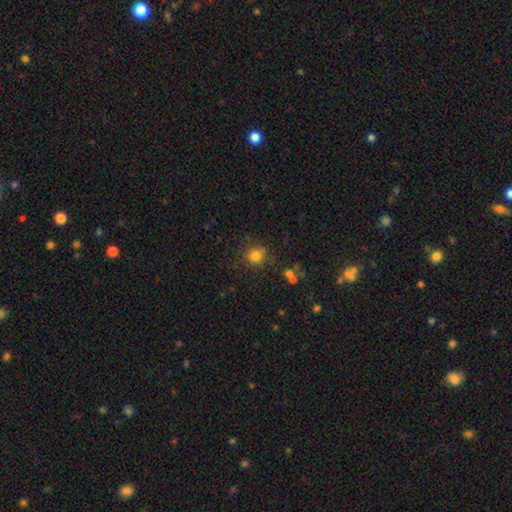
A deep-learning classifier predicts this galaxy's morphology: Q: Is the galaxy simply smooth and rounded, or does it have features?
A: smooth — 80%.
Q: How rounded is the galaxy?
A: round — 86%.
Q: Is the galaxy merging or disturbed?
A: none — 77%.